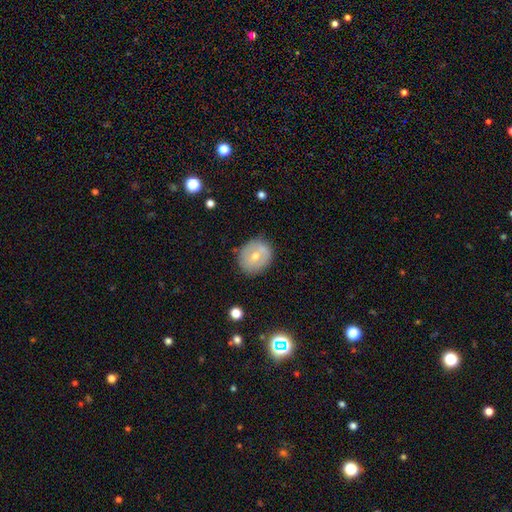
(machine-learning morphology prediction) Smooth or featured? Predicted: smooth (p=0.55). How rounded? Predicted: round (p=0.74). Merging? Predicted: none (p=0.78).